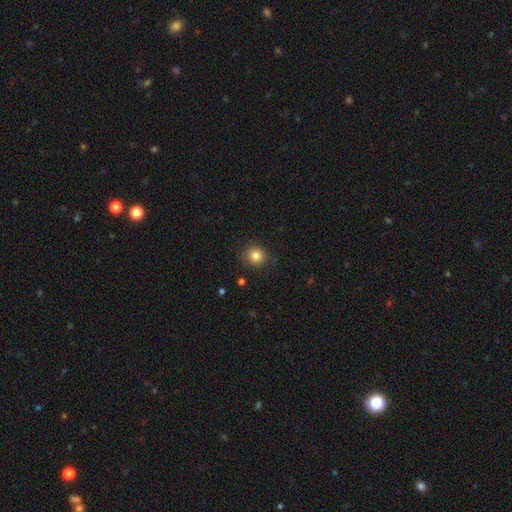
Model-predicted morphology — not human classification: smooth_or_featured: smooth (p=0.84) [alt: star or artifact p=0.11]
how_rounded: round (p=0.89) [alt: in between p=0.10]
merging: none (p=0.86) [alt: minor disturbance p=0.10]